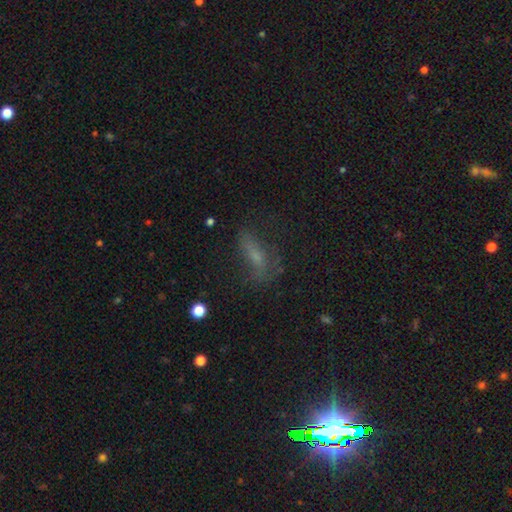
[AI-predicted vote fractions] This appears to be a smooth galaxy with no disk features (47%). Merging: none (53%).